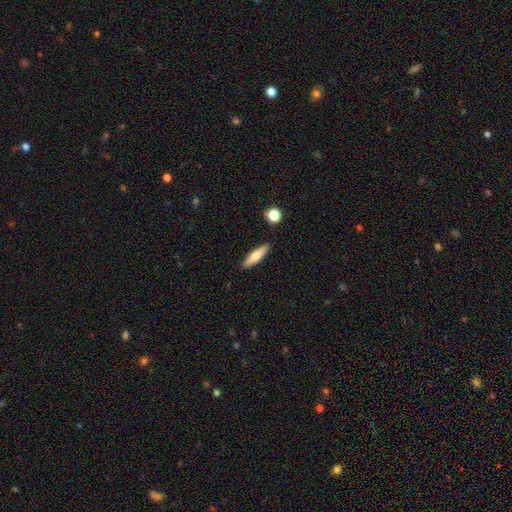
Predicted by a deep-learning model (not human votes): Smooth or featured? smooth (68%)
How rounded? cigar-shaped (74%)
Merging? none (88%)